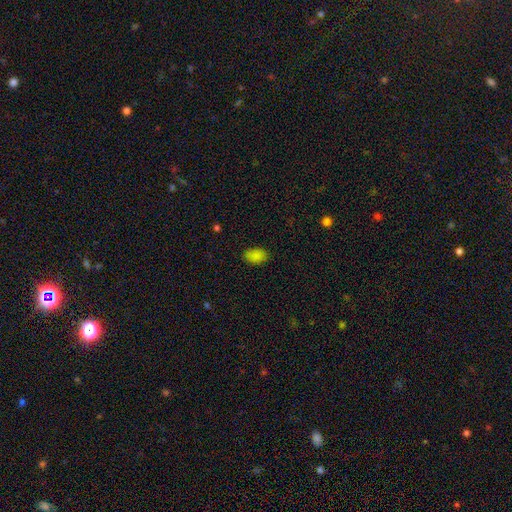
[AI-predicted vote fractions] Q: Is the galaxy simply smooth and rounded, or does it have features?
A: smooth — 85%.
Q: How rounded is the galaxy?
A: in between — 90%.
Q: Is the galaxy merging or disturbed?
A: none — 85%.